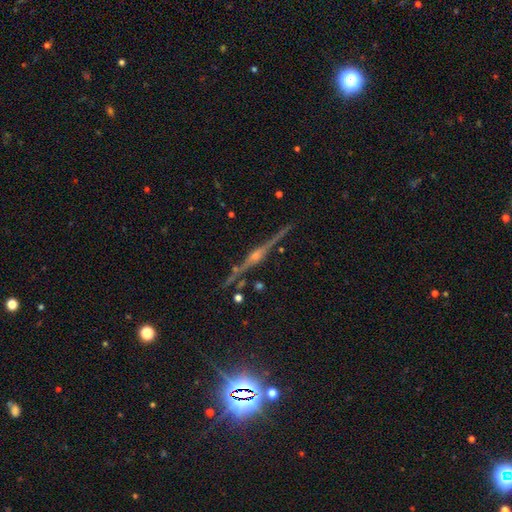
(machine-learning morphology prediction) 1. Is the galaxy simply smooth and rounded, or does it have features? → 74% featured or disk, 18% star or artifact, 8% smooth.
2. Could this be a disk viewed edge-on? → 94% yes, 6% no.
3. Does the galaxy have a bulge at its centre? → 88% rounded, 7% none, 6% boxy.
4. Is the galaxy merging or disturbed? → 83% none, 10% minor disturbance, 4% major disturbance, 3% merger.